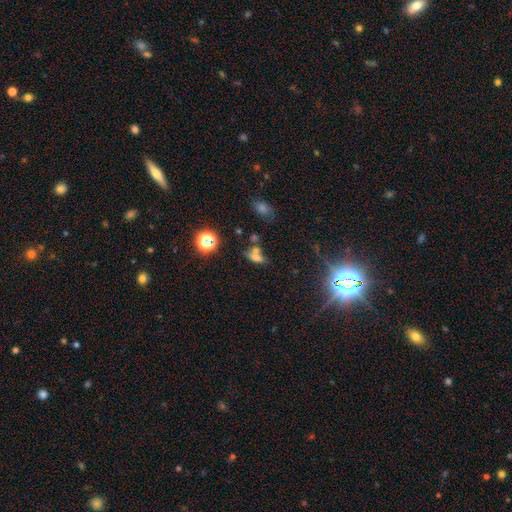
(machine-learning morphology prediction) The model was most divided on "merging": none: 43%, merger: 38%, minor disturbance: 13%, major disturbance: 7%. More confident: how rounded — in between (66%); smooth or featured — smooth (60%).